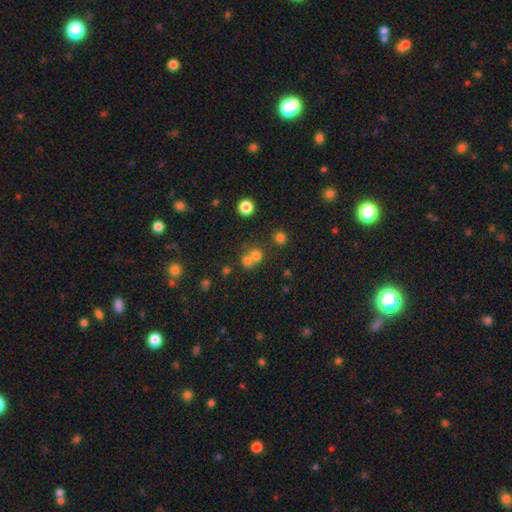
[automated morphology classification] Smooth or featured? smooth (68%)
How rounded? round (79%)
Merging? merger (52%)